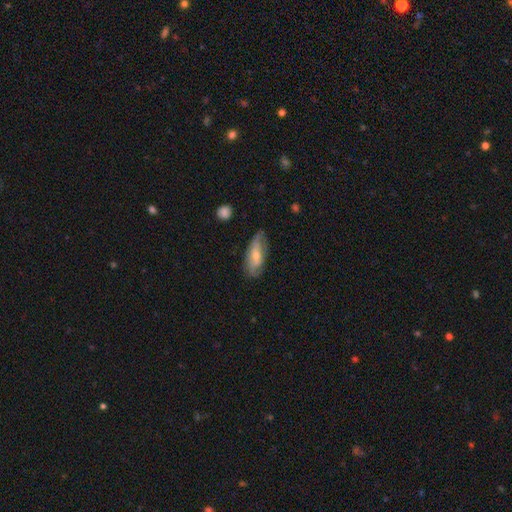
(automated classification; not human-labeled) This appears to be a featured or disk galaxy (50%). Merging: none (70%).